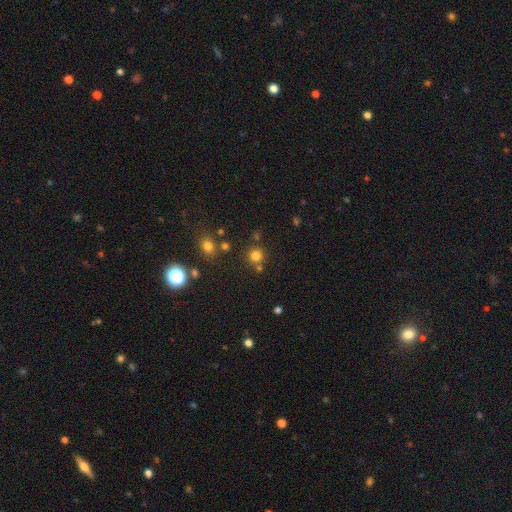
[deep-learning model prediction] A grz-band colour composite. It shows a smooth galaxy with no disk features (75%) that is round (92%). Merging: none (76%).